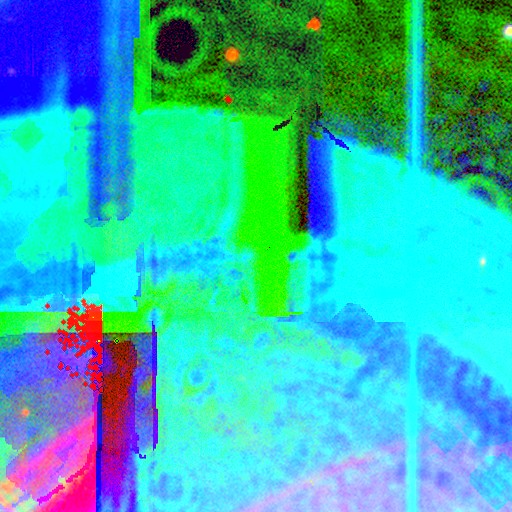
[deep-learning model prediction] smooth-or-featured: star or artifact: 87% | featured or disk: 8% | smooth: 6%